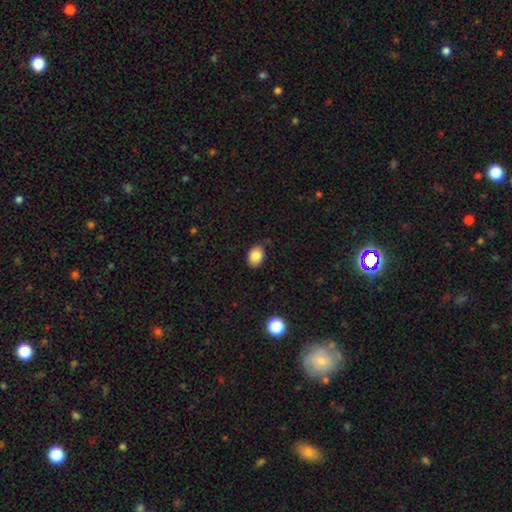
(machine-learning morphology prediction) type=smooth (86%); roundness=in between (73%); merging=none (82%).